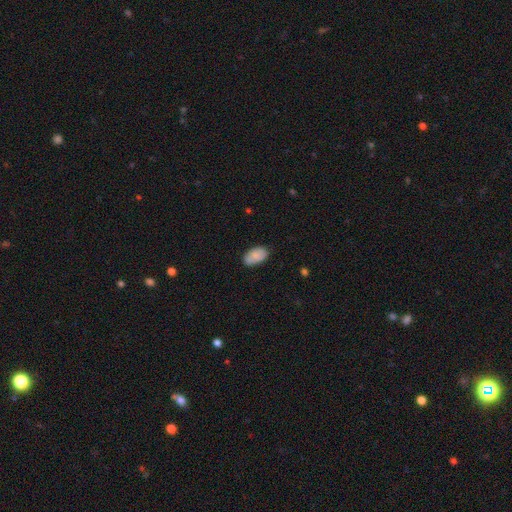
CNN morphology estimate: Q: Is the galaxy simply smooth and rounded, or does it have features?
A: smooth — 80%.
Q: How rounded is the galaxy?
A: in between — 93%.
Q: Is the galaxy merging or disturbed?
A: none — 72%.